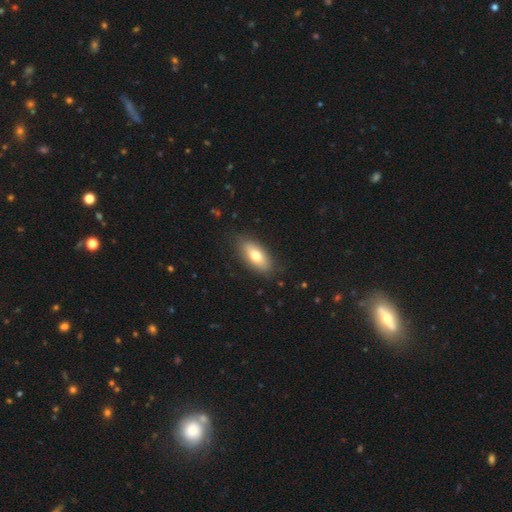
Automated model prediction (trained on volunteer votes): A smooth galaxy with no disk features (71%) that is in between round and cigar-shaped (86%). Merging: none (84%).